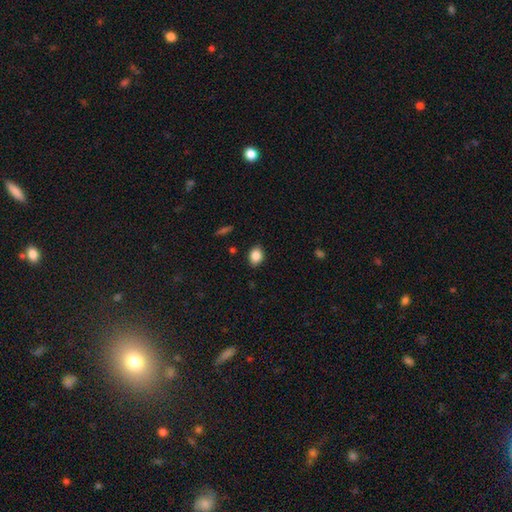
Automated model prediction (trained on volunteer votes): Smooth or featured?
  - smooth: 86% *
  - star or artifact: 9%
  - featured or disk: 5%
How rounded?
  - in between: 60% *
  - round: 39%
  - cigar-shaped: 1%
Merging?
  - none: 87% *
  - minor disturbance: 10%
  - major disturbance: 2%
  - merger: 1%